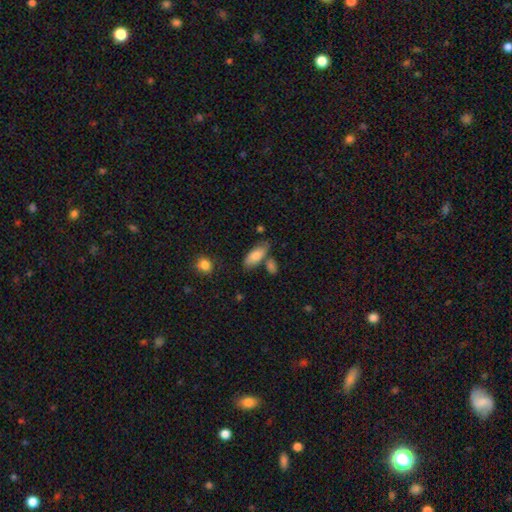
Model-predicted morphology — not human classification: smooth_or_featured: smooth (p=0.80) [alt: featured or disk p=0.13]
how_rounded: in between (p=0.85) [alt: cigar-shaped p=0.13]
merging: none (p=0.64) [alt: minor disturbance p=0.18]